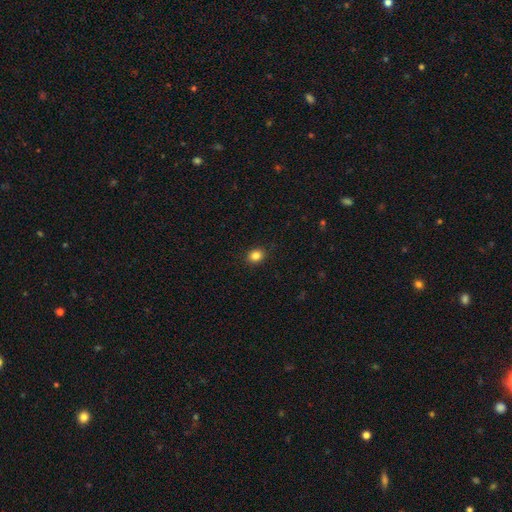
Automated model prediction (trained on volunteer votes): Overall: smooth (84%). How rounded: round (64%; in between 35%). Merging: none (90%).